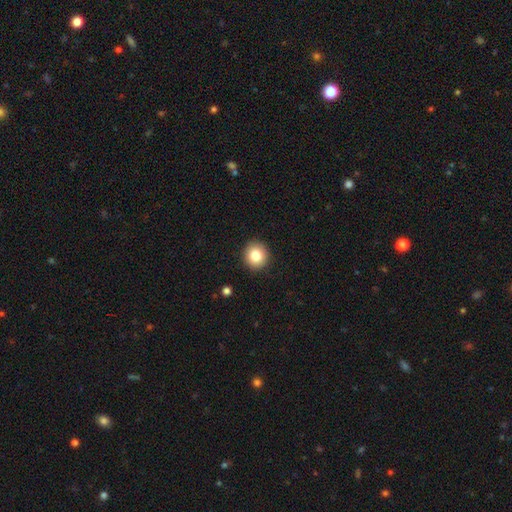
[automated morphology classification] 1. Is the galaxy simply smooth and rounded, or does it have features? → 83% smooth, 9% star or artifact, 8% featured or disk.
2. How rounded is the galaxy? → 90% round, 9% in between, 1% cigar-shaped.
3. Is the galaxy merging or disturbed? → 92% none, 5% minor disturbance, 2% major disturbance, 1% merger.